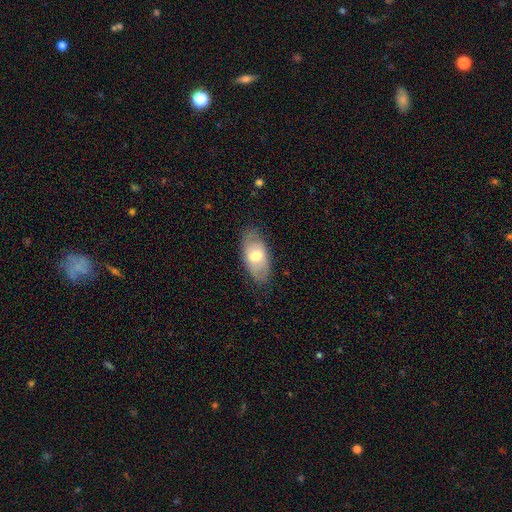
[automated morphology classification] This appears to be a smooth galaxy with no disk features (59%) that is in between round and cigar-shaped (92%). Merging: none (77%).